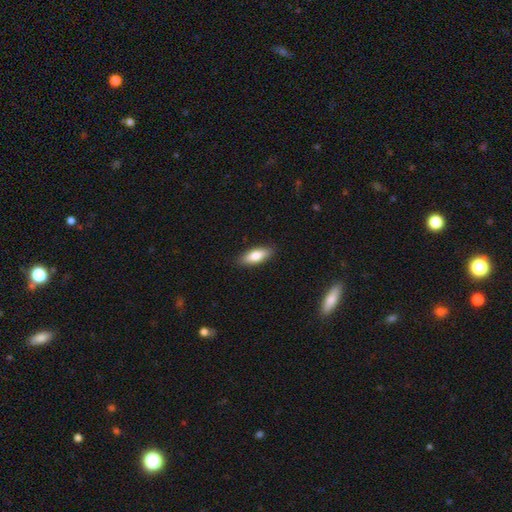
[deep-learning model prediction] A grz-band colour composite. It shows a smooth galaxy with no disk features (79%) that is in between round and cigar-shaped (70%). Merging: none (88%).